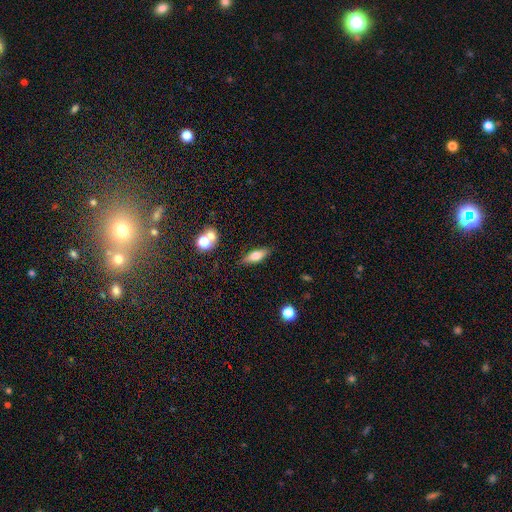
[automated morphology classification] smooth_or_featured: smooth (p=0.61) [alt: featured or disk p=0.31]
how_rounded: in between (p=0.55) [alt: cigar-shaped p=0.41]
merging: none (p=0.83) [alt: minor disturbance p=0.11]